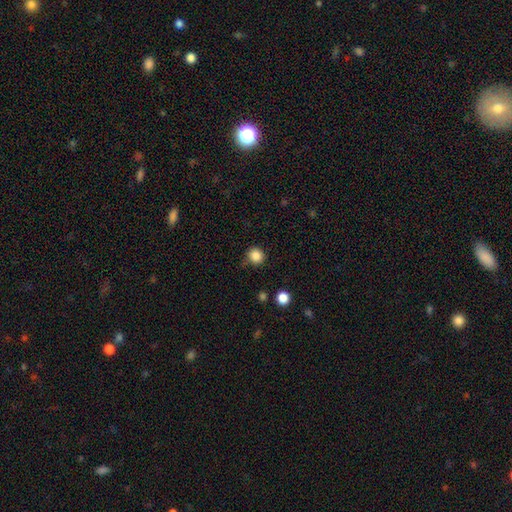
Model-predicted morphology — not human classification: Smooth or featured? Predicted: smooth (p=0.85). How rounded? Predicted: round (p=0.91). Merging? Predicted: none (p=0.83).